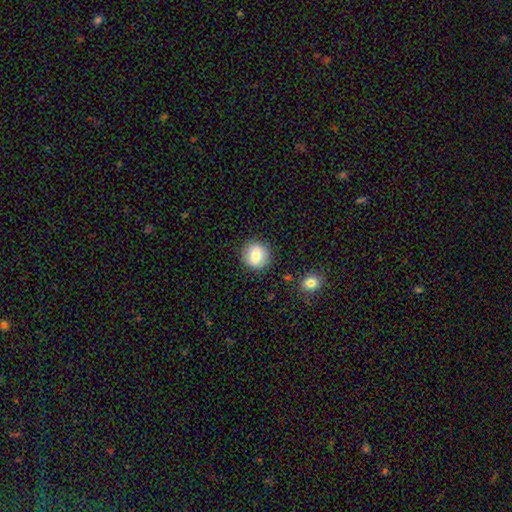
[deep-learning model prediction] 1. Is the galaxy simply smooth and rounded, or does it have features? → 81% smooth, 10% featured or disk, 9% star or artifact.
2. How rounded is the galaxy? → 92% round, 7% in between, 1% cigar-shaped.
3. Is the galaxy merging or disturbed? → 89% none, 7% minor disturbance, 2% major disturbance, 2% merger.